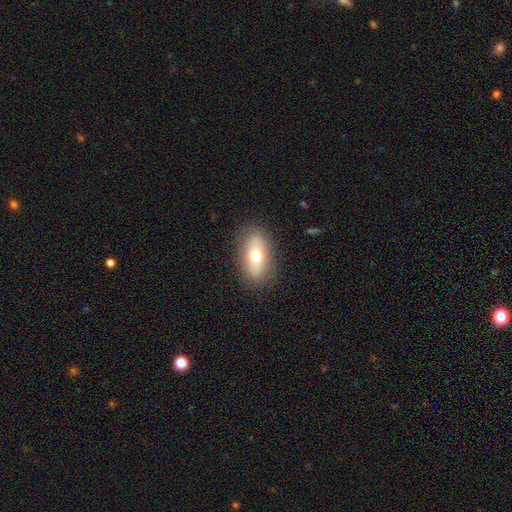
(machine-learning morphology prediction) smooth_or_featured: smooth (p=0.66) [alt: featured or disk p=0.26]
how_rounded: in between (p=0.85) [alt: round p=0.08]
merging: none (p=0.86) [alt: minor disturbance p=0.10]